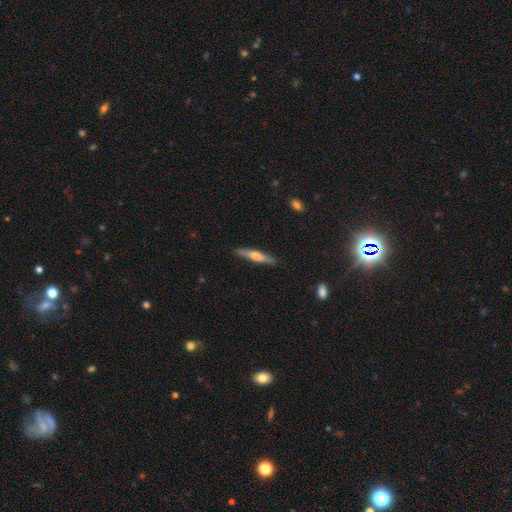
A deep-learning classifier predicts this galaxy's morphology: Smooth or featured?
  - featured or disk: 52% *
  - smooth: 42%
  - star or artifact: 6%
Edge-on disk?
  - yes: 96% *
  - no: 4%
Merging?
  - none: 88% *
  - minor disturbance: 9%
  - major disturbance: 2%
  - merger: 1%